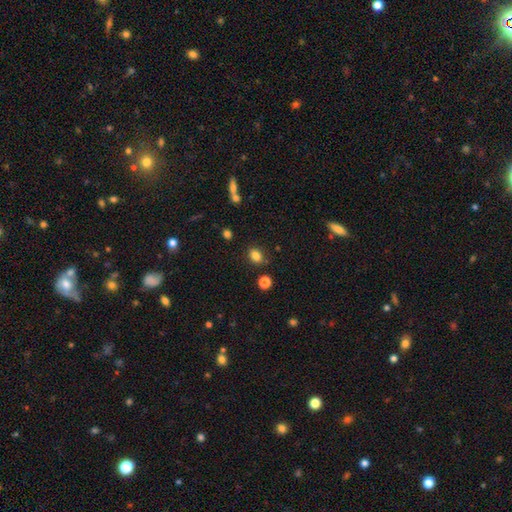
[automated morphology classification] Smooth or featured? Predicted: smooth (p=0.83). How rounded? Predicted: in between (p=0.63). Merging? Predicted: none (p=0.79).